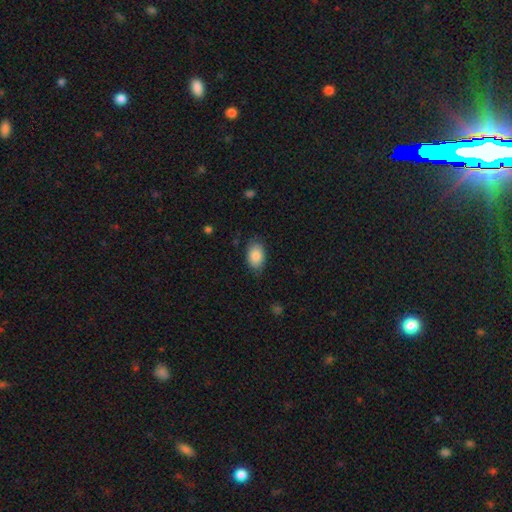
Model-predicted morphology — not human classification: type=smooth (86%); roundness=in between (88%); merging=none (78%).